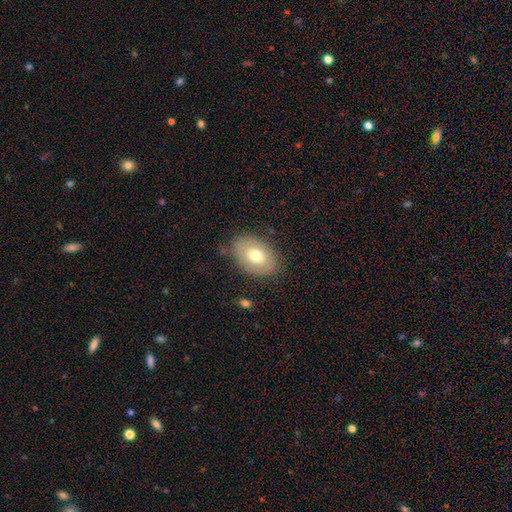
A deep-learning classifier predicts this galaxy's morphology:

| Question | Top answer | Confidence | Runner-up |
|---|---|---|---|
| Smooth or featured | smooth | 69% | featured or disk (23%) |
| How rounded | in between | 83% | round (16%) |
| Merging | none | 80% | minor disturbance (14%) |